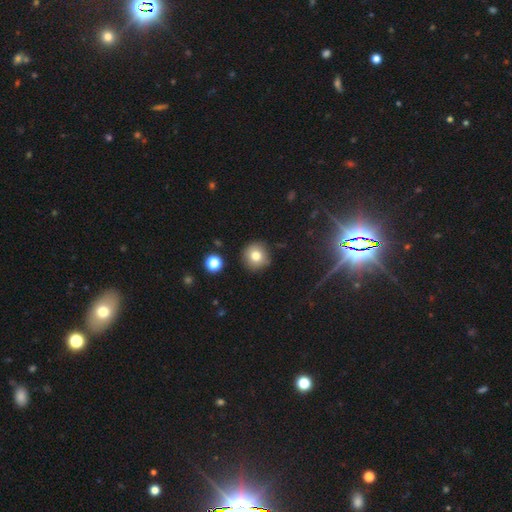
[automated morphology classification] smooth_or_featured: smooth (p=0.78) [alt: star or artifact p=0.12]
how_rounded: round (p=0.94) [alt: in between p=0.05]
merging: none (p=0.88) [alt: minor disturbance p=0.08]